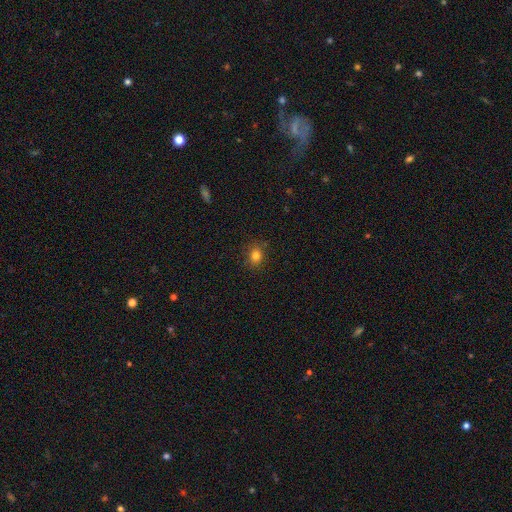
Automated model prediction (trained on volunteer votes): smooth 80%, star or artifact 14%, featured or disk 6%. Down the decision tree: how rounded — round (64%); merging — none (87%).